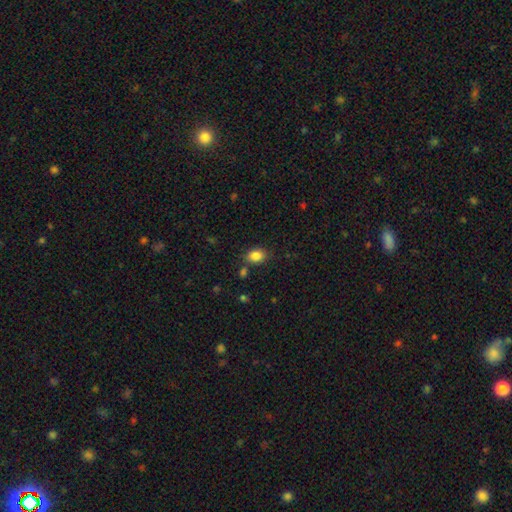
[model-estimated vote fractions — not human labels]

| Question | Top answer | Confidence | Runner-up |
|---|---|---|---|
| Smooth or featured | smooth | 86% | star or artifact (9%) |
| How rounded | in between | 73% | round (26%) |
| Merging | none | 78% | minor disturbance (13%) |